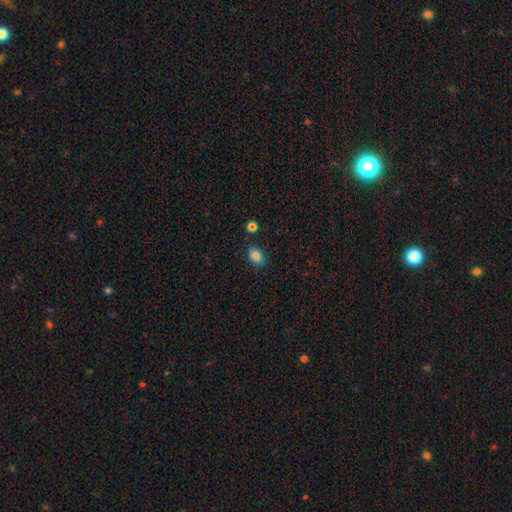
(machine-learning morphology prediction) The model was most divided on "how rounded": in between: 64%, round: 35%, cigar-shaped: 1%. More confident: smooth or featured — smooth (85%); merging — none (83%).